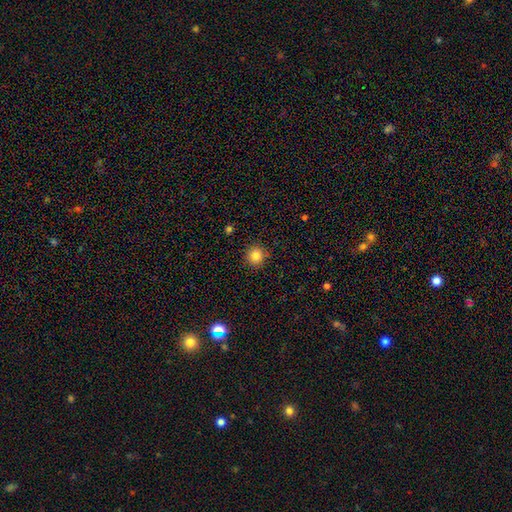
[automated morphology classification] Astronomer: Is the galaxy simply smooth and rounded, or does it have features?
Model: smooth — 84%.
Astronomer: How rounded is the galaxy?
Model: round — 94%.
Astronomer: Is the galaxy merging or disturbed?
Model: none — 91%.